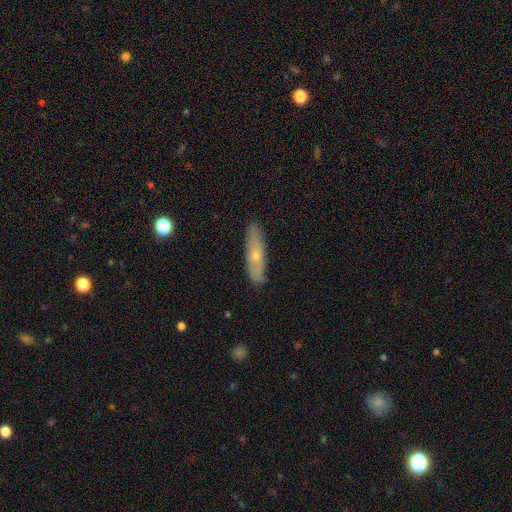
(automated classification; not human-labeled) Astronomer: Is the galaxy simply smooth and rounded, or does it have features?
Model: smooth — 51% (runner-up: featured or disk, 42%).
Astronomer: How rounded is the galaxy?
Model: cigar-shaped — 66%.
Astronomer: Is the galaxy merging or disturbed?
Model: none — 85%.